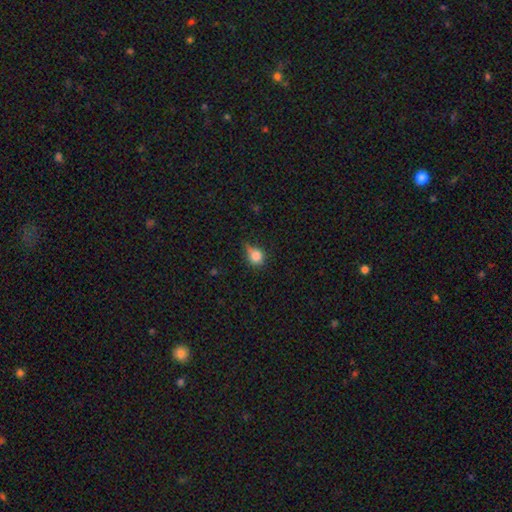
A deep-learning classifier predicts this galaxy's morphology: Smooth or featured? smooth (81%)
How rounded? round (75%)
Merging? none (42%)